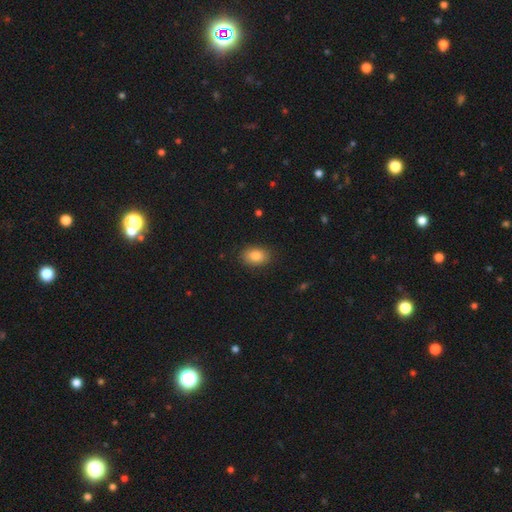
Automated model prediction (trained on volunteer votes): The model was most divided on "how rounded": in between: 84%, round: 14%, cigar-shaped: 1%. More confident: merging — none (87%); smooth or featured — smooth (86%).